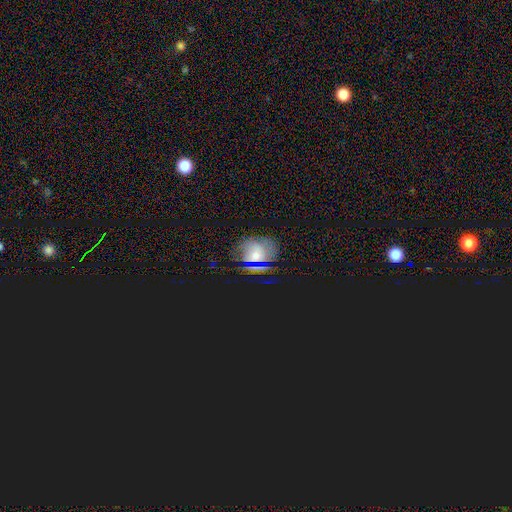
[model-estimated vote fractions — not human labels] The model was most divided on "smooth or featured": star or artifact: 42%, smooth: 38%, featured or disk: 20%.